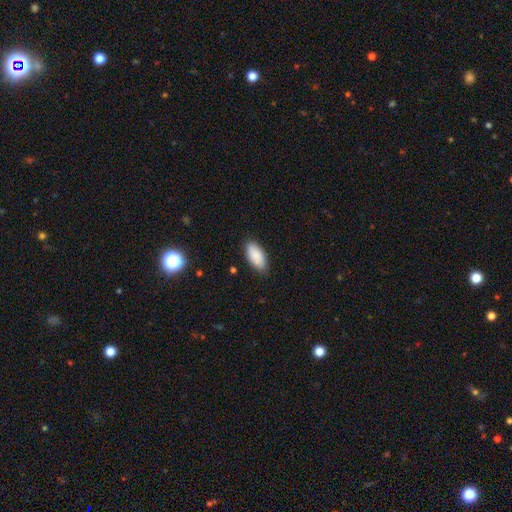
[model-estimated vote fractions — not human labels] A smooth galaxy with no disk features (89%) that is in between round and cigar-shaped (91%). Merging: none (85%).